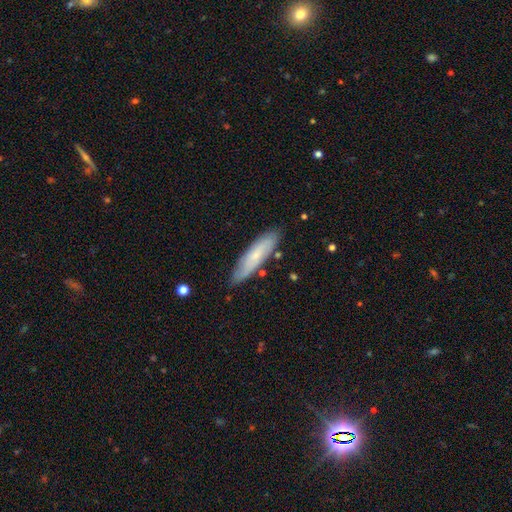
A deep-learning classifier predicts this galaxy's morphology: Smooth or featured? smooth (56%)
How rounded? cigar-shaped (70%)
Merging? none (81%)